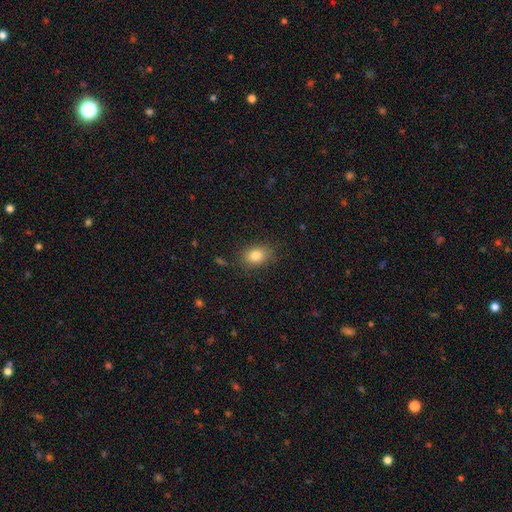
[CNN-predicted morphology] This appears to be a smooth galaxy with no disk features (82%) that is in between round and cigar-shaped (67%). Merging: none (83%).